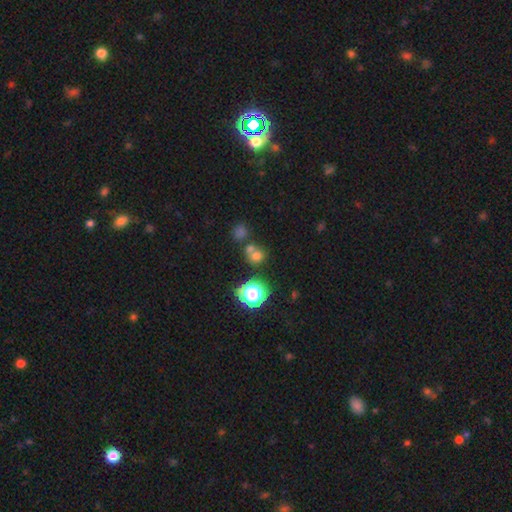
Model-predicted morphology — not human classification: smooth_or_featured: smooth (p=0.64) [alt: star or artifact p=0.28]
how_rounded: round (p=0.79) [alt: in between p=0.20]
merging: none (p=0.55) [alt: merger p=0.33]